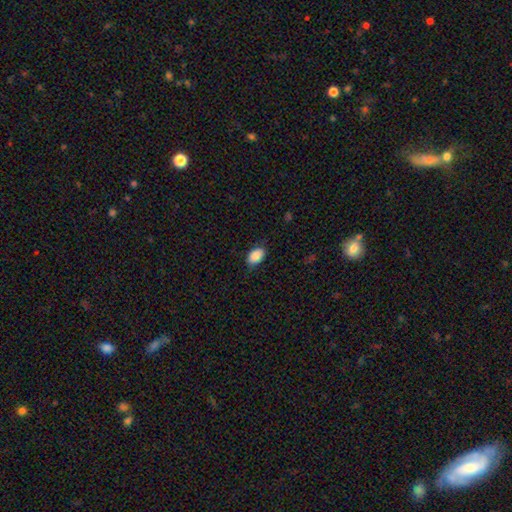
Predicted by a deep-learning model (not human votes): Smooth or featured?
  - smooth: 89% *
  - star or artifact: 7%
  - featured or disk: 4%
How rounded?
  - in between: 89% *
  - round: 10%
  - cigar-shaped: 1%
Merging?
  - none: 80% *
  - minor disturbance: 16%
  - major disturbance: 3%
  - merger: 1%